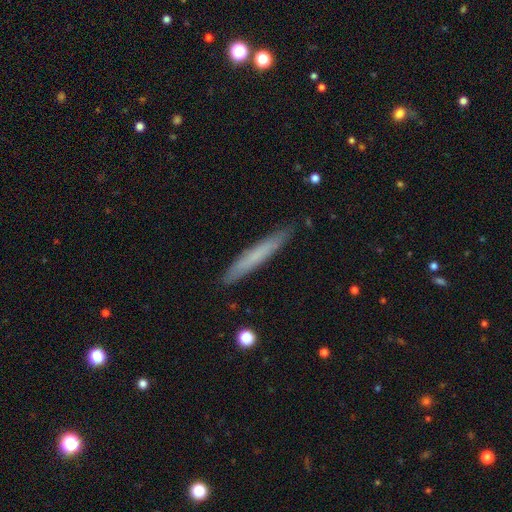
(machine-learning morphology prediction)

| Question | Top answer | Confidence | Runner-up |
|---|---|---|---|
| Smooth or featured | smooth | 62% | featured or disk (31%) |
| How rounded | cigar-shaped | 96% | in between (3%) |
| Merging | none | 89% | minor disturbance (8%) |